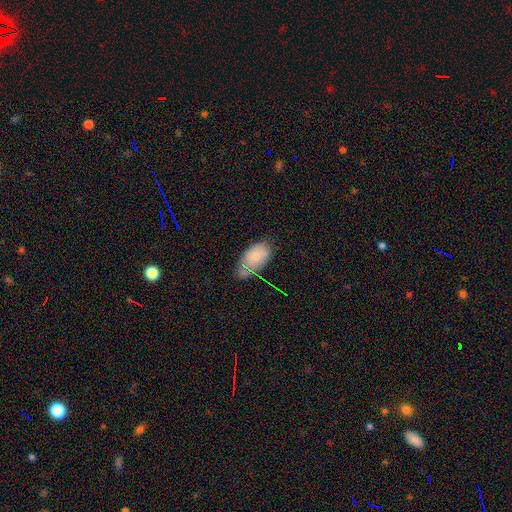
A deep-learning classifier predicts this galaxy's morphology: smooth 73%, featured or disk 19%, star or artifact 8%. Down the decision tree: how rounded — in between (93%); merging — none (53%).